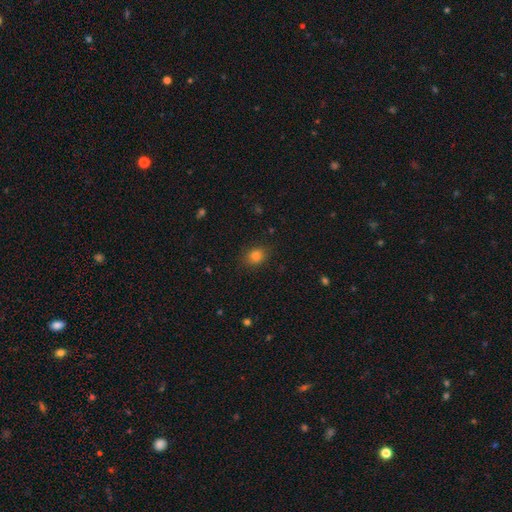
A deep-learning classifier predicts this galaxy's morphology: A smooth galaxy with no disk features (81%) that is round (53%). Merging: none (85%).